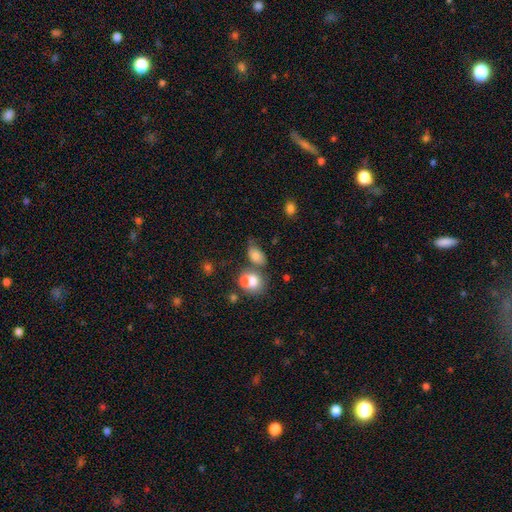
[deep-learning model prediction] Smooth or featured? Predicted: smooth (p=0.74). How rounded? Predicted: in between (p=0.79). Merging? Predicted: merger (p=0.37, tied with none).